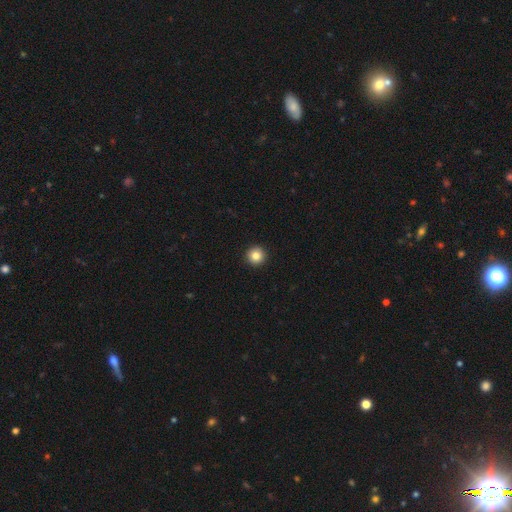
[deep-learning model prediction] Smooth or featured? smooth (85%)
How rounded? round (96%)
Merging? none (94%)